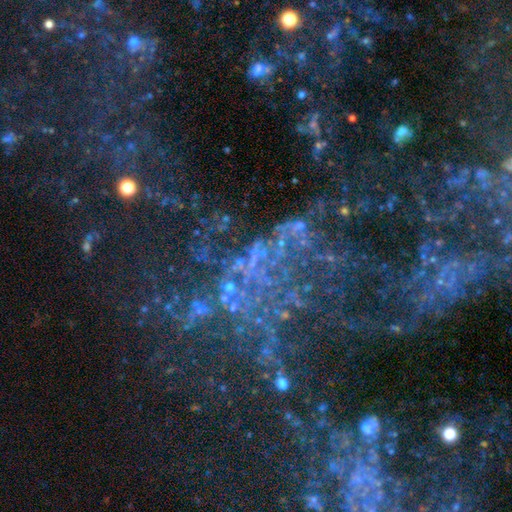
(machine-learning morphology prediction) A star or artifact, not a galaxy (45%).

Vote fractions:
- Smooth or featured? star or artifact: 45% / featured or disk: 41% / smooth: 13%